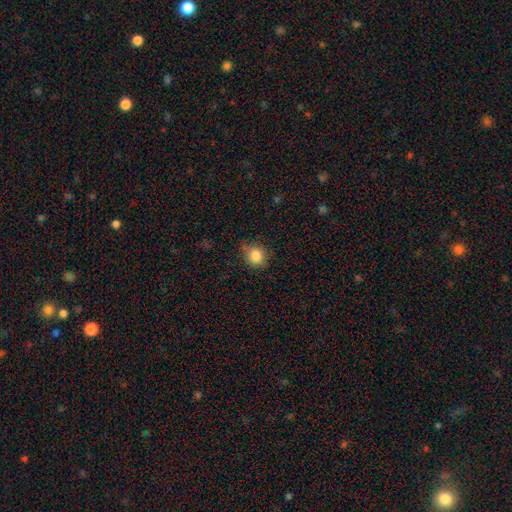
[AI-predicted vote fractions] Smooth or featured?
  - smooth: 84% *
  - star or artifact: 10%
  - featured or disk: 6%
How rounded?
  - round: 78% *
  - in between: 21%
  - cigar-shaped: 1%
Merging?
  - none: 74% *
  - minor disturbance: 20%
  - major disturbance: 4%
  - merger: 1%